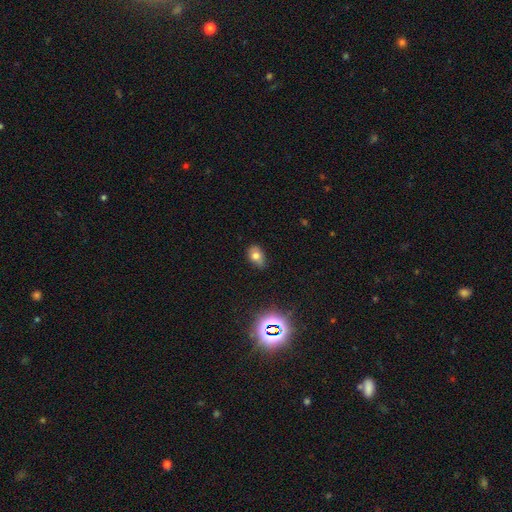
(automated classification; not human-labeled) Morphology: type=smooth (73%); roundness=in between (84%); merging=none (75%).